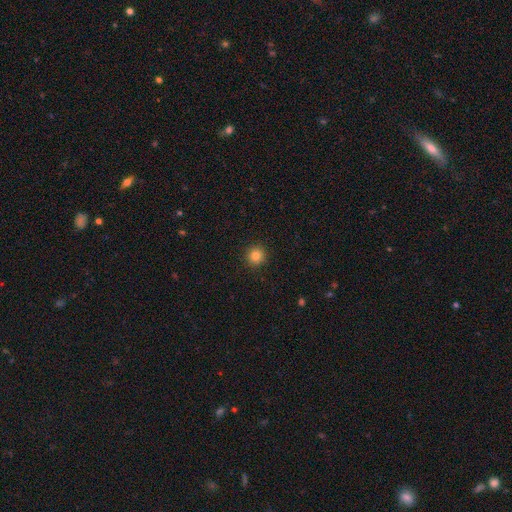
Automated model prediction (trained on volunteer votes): smooth 83%, star or artifact 12%, featured or disk 5%. Down the decision tree: how rounded — round (94%); merging — none (93%).